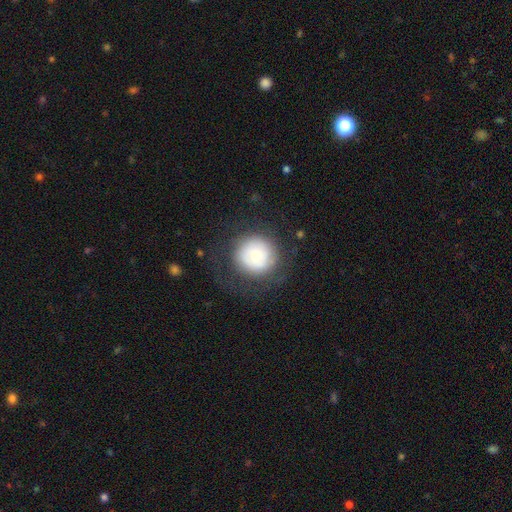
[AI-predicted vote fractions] Smooth or featured? smooth (65%)
How rounded? round (94%)
Merging? none (71%)